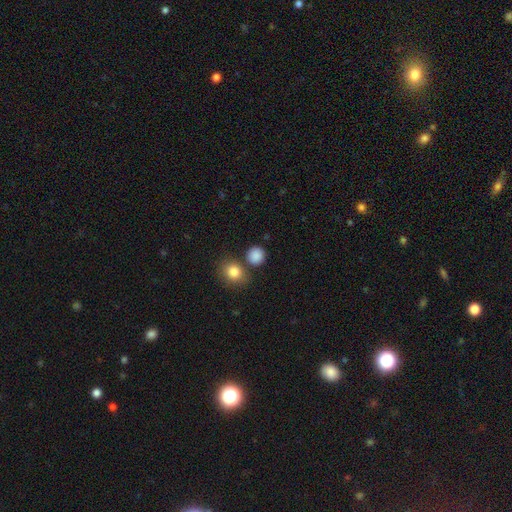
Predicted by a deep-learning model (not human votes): smooth 86%, star or artifact 10%, featured or disk 4%. Down the decision tree: how rounded — round (88%); merging — none (75%).